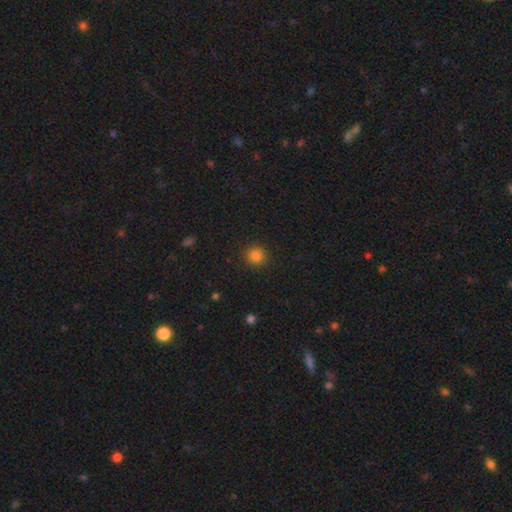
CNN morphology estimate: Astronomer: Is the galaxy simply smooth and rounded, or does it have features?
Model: smooth — 84%.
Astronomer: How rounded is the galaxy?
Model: round — 93%.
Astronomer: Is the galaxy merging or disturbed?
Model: none — 90%.